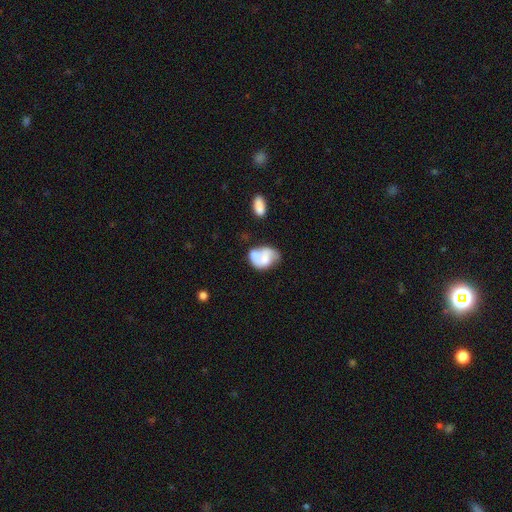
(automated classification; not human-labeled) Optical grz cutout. It shows a smooth galaxy with no disk features (55%) that is in between round and cigar-shaped (75%). Merging: merger (37%).